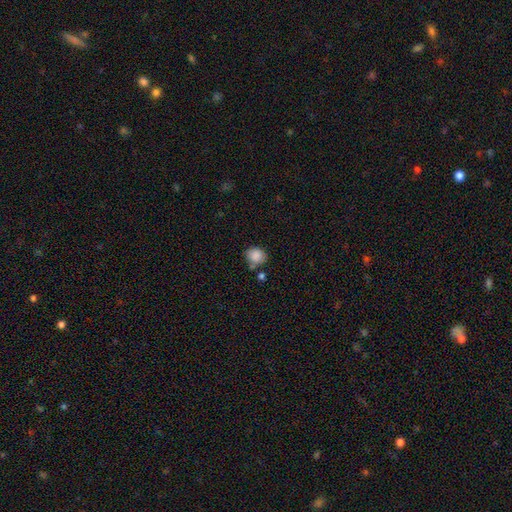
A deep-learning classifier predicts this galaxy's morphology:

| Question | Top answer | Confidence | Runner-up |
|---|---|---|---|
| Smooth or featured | smooth | 86% | star or artifact (9%) |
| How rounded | round | 69% | in between (30%) |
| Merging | none | 61% | minor disturbance (19%) |